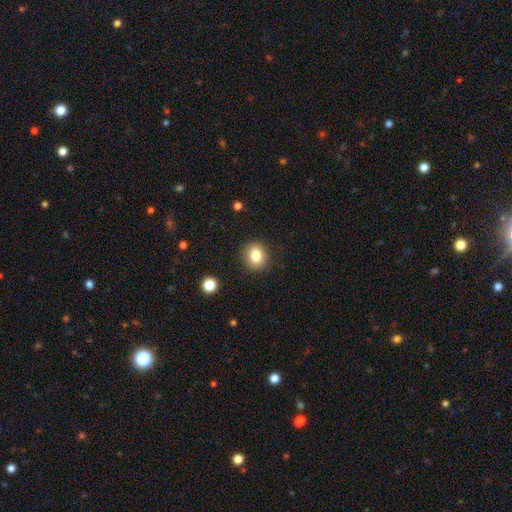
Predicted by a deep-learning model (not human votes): This is clearly a smooth galaxy (82%). How rounded: likely round (73%). Merging: clearly none (89%).